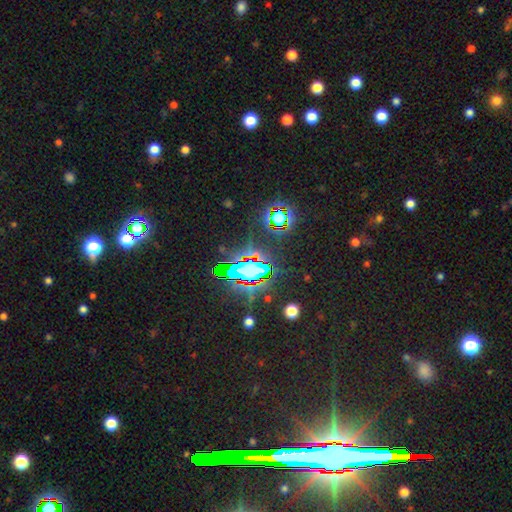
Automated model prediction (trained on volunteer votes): smooth_or_featured: star or artifact (p=0.84) [alt: featured or disk p=0.08]